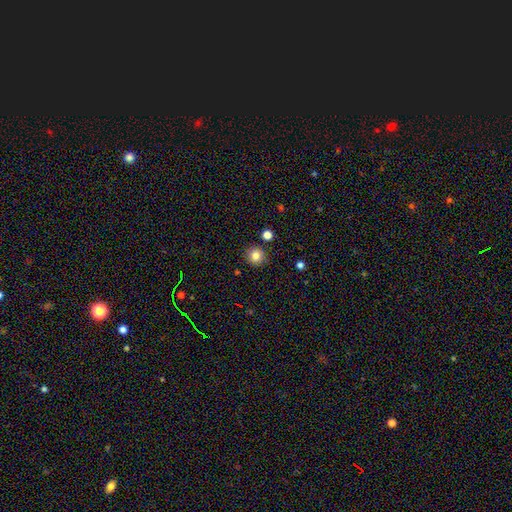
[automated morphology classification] The model was most divided on "smooth or featured": smooth: 83%, star or artifact: 11%, featured or disk: 6%. More confident: how rounded — round (91%); merging — none (89%).